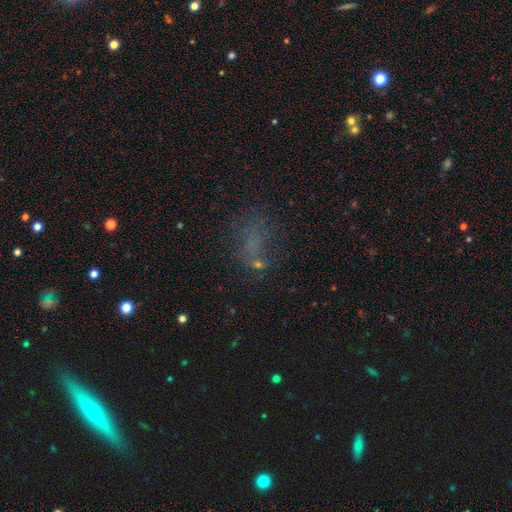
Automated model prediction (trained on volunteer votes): This appears to be a smooth galaxy with no disk features (42%). Merging: none (50%).